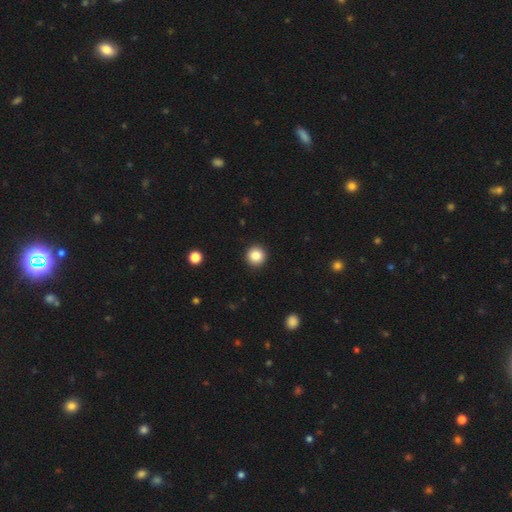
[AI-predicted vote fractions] Overall: smooth (86%). How rounded: round (95%). Merging: none (92%).